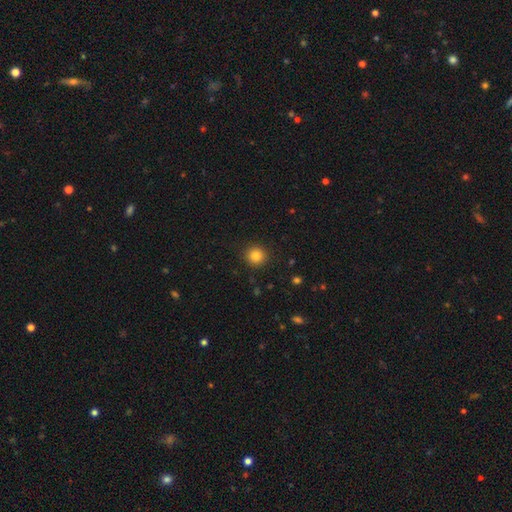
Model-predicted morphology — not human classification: Smooth or featured?
  - smooth: 84% *
  - star or artifact: 11%
  - featured or disk: 5%
How rounded?
  - round: 93% *
  - in between: 6%
  - cigar-shaped: 1%
Merging?
  - none: 91% *
  - minor disturbance: 6%
  - major disturbance: 2%
  - merger: 1%